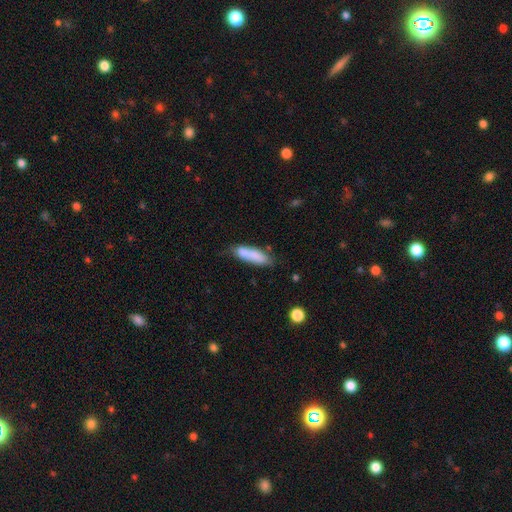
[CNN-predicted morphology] A smooth galaxy with no disk features (79%) that is cigar-shaped (57%). Merging: none (57%).